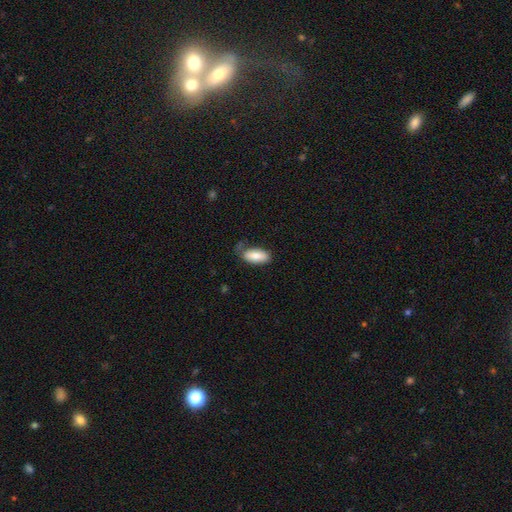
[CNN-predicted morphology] smooth 82%, featured or disk 12%, star or artifact 7%. Down the decision tree: how rounded — in between (89%); merging — none (59%).